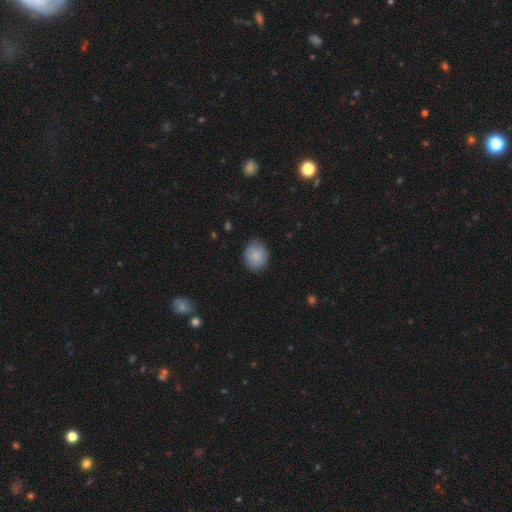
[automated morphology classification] Q: Smooth or featured?
A: smooth (84%); runner-up: featured or disk (8%)
Q: How rounded?
A: round (72%); runner-up: in between (27%)
Q: Merging?
A: none (81%); runner-up: minor disturbance (15%)